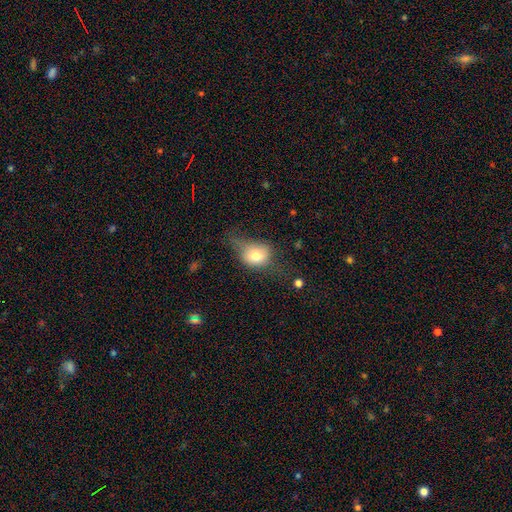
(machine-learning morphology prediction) Overall: smooth (71%). How rounded: in between (50%; round 48%). Merging: none (36%; minor disturbance 34%).